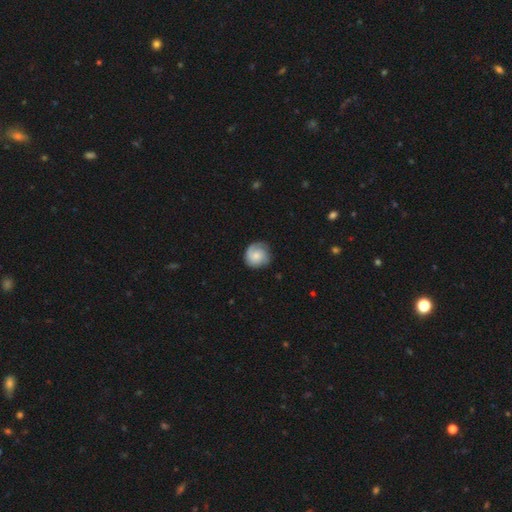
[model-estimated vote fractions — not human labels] Smooth or featured? Predicted: featured or disk (p=0.51). Edge-on disk? Predicted: no (p=0.98). Bar? Predicted: no (p=0.73). Spiral arms? Predicted: yes (p=0.90). Bulge size? Predicted: small (p=0.42). Merging? Predicted: none (p=0.72).